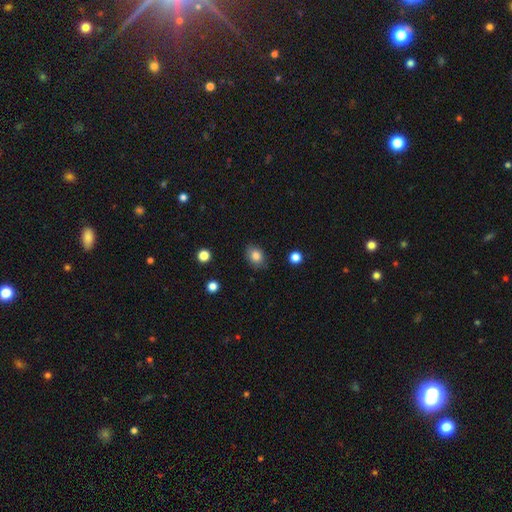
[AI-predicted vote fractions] smooth_or_featured: smooth (p=0.83) [alt: star or artifact p=0.10]
how_rounded: in between (p=0.55) [alt: round p=0.44]
merging: none (p=0.81) [alt: minor disturbance p=0.15]